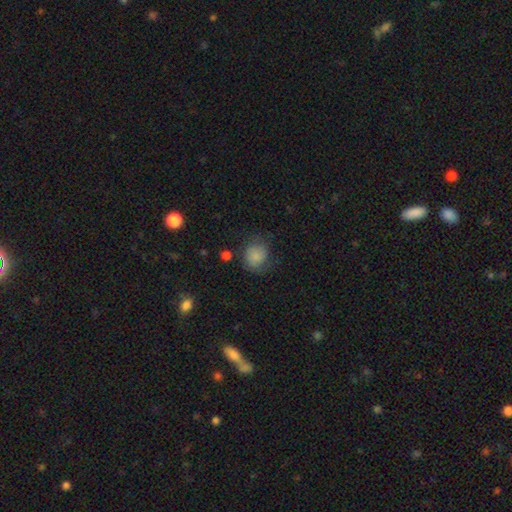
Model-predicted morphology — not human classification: This appears to be a smooth galaxy with no disk features (83%) that is round (79%). Merging: none (64%).